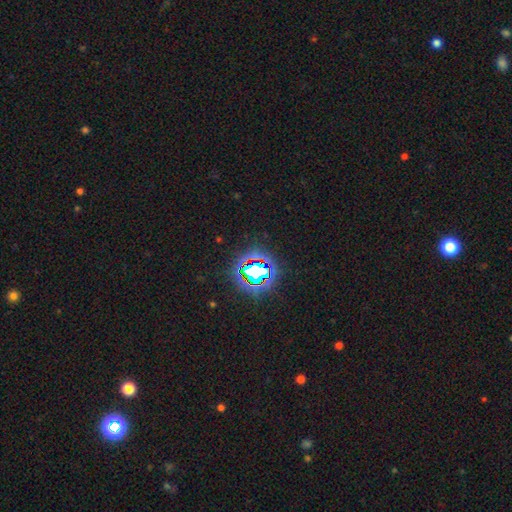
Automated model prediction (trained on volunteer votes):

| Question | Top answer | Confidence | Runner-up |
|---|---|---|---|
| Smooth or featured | star or artifact | 81% | smooth (12%) |